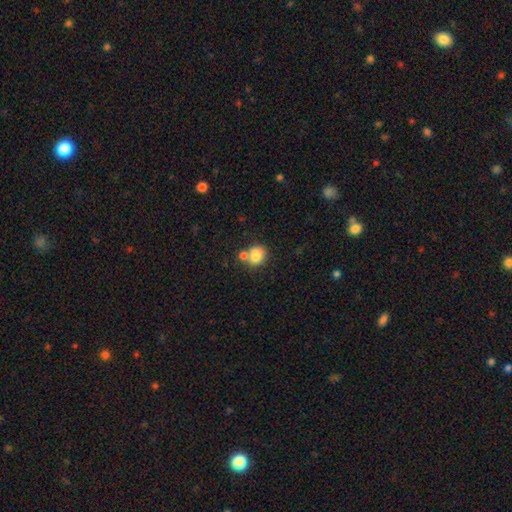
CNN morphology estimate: Smooth or featured: smooth — 79% (featured or disk — 11%)
How rounded: round — 66% (in between — 34%)
Merging: none — 45% (merger — 37%)